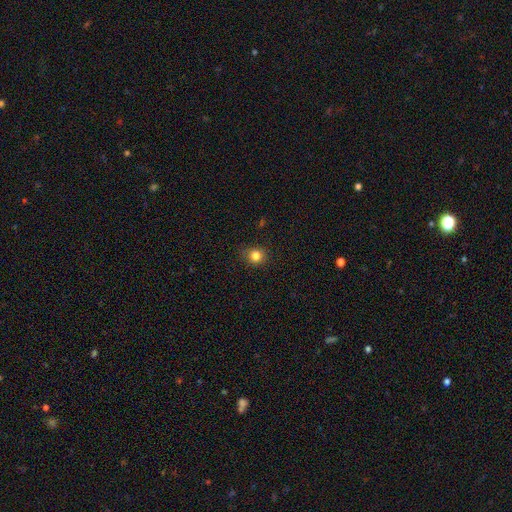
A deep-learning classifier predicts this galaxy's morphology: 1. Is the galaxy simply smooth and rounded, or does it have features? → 82% smooth, 12% star or artifact, 5% featured or disk.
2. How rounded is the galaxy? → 83% round, 16% in between, 1% cigar-shaped.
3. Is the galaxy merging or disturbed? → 83% none, 13% minor disturbance, 3% major disturbance, 1% merger.